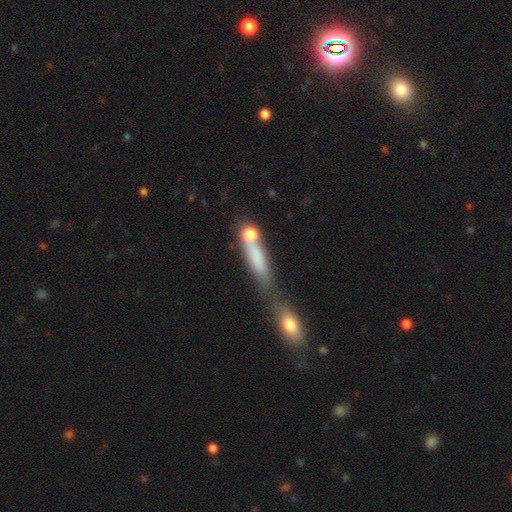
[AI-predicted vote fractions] smooth-or-featured: smooth: 67% | featured or disk: 22% | star or artifact: 11%
  how-rounded: cigar-shaped: 58% | in between: 27% | round: 15%
  merging: merger: 45% | none: 35% | minor disturbance: 11% | major disturbance: 9%